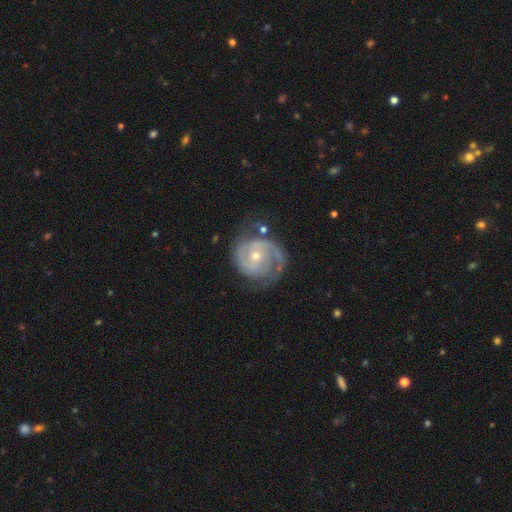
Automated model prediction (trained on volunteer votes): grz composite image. It shows a featured or disk galaxy (89%) with no bar (66%), 2 (76%) tight (57%) spiral arms (97%) and a small central bulge (53%). Merging: none (71%).